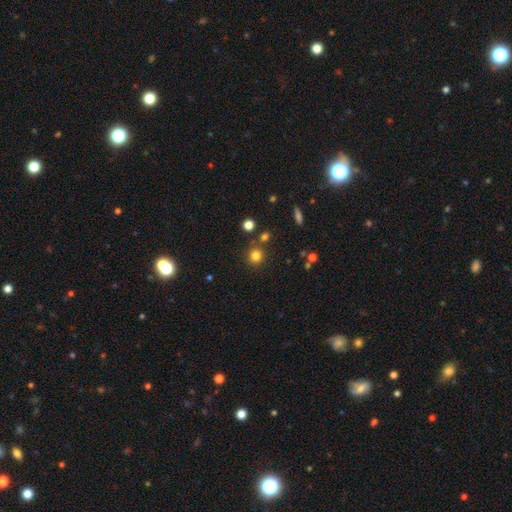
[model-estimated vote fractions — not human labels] Q: Smooth or featured?
A: smooth (80%); runner-up: star or artifact (14%)
Q: How rounded?
A: round (91%); runner-up: in between (8%)
Q: Merging?
A: none (81%); runner-up: minor disturbance (8%)